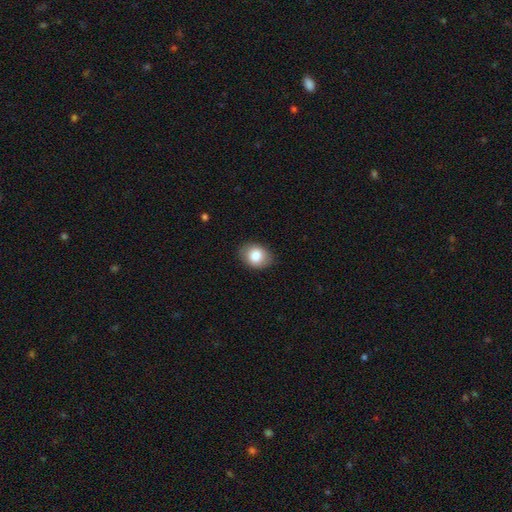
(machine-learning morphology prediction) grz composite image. It shows a smooth galaxy with no disk features (83%) that is in between round and cigar-shaped (62%). Merging: none (85%).